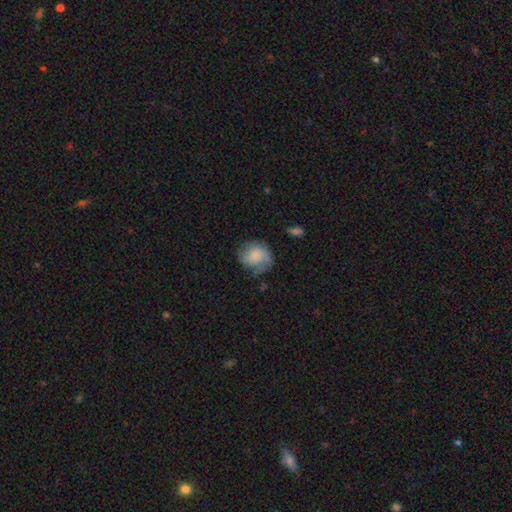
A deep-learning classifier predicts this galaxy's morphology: type=smooth (64%); roundness=round (74%); merging=none (53%).